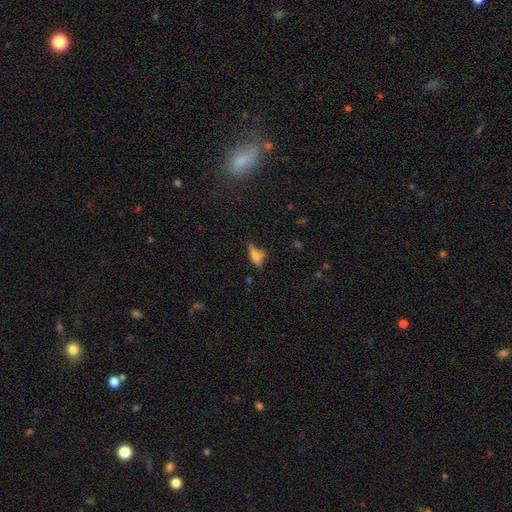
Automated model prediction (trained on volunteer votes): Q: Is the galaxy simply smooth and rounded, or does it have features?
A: smooth — 47%.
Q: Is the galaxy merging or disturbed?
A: none — 55%.